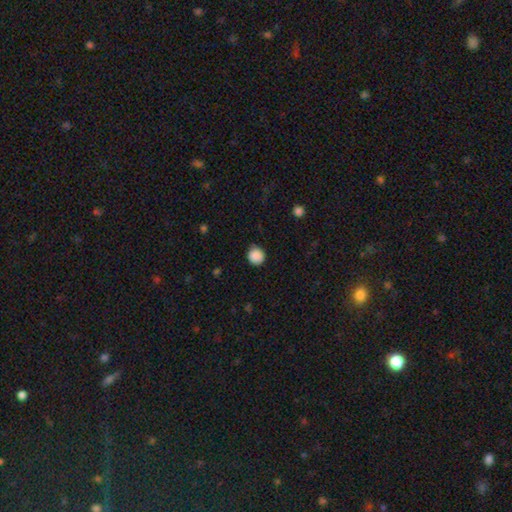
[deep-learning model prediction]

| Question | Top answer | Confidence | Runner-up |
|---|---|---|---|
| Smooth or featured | smooth | 89% | star or artifact (9%) |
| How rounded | round | 91% | in between (8%) |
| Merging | none | 85% | minor disturbance (11%) |